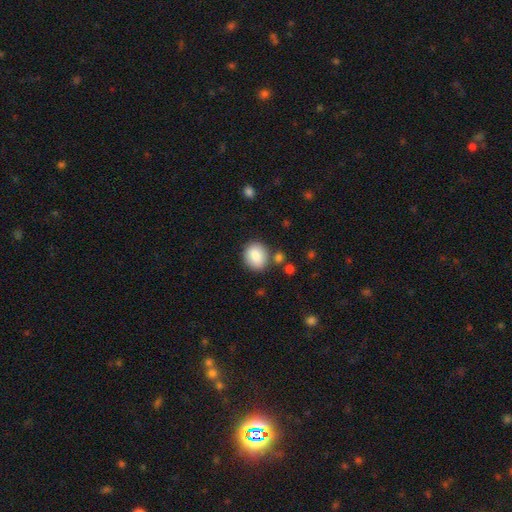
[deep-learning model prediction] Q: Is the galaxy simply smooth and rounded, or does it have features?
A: smooth — 84%.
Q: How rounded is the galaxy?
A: round — 61%.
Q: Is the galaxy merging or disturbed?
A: none — 78%.